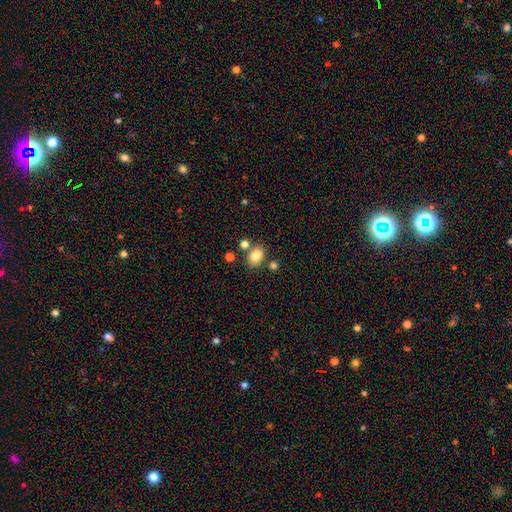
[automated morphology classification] Smooth or featured? Predicted: smooth (p=0.81). How rounded? Predicted: in between (p=0.67). Merging? Predicted: none (p=0.73).